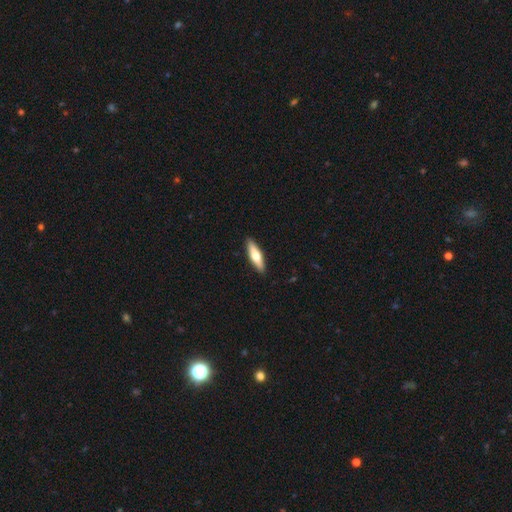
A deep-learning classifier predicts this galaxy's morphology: This is possibly a smooth galaxy (57%). How rounded: likely cigar-shaped (67%). Merging: clearly none (91%).